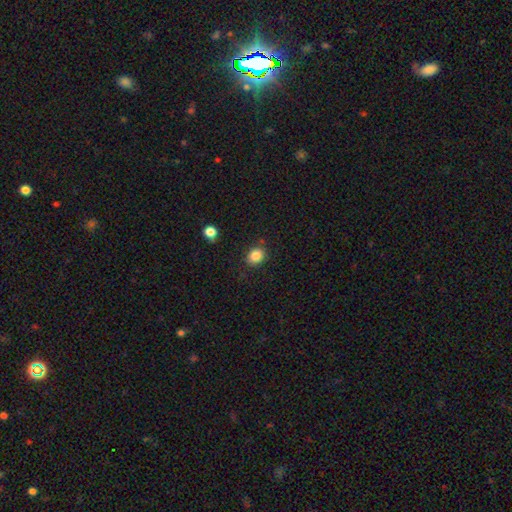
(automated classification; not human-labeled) Smooth or featured?
  - smooth: 85% *
  - star or artifact: 10%
  - featured or disk: 5%
How rounded?
  - round: 61% *
  - in between: 38%
  - cigar-shaped: 1%
Merging?
  - none: 85% *
  - minor disturbance: 10%
  - major disturbance: 3%
  - merger: 2%